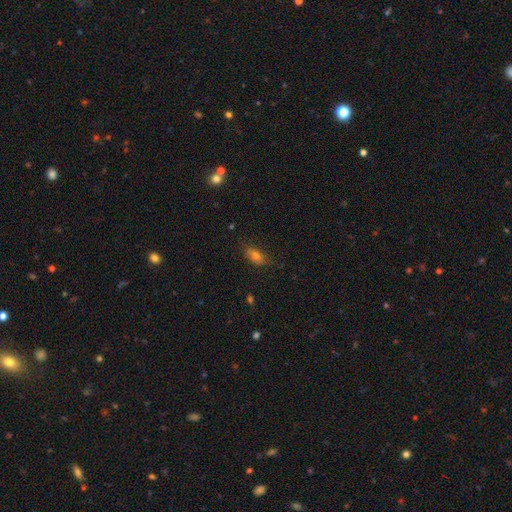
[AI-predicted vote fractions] smooth-or-featured: smooth: 72% | star or artifact: 14% | featured or disk: 14%
  how-rounded: in between: 82% | cigar-shaped: 10% | round: 8%
  merging: none: 77% | minor disturbance: 18% | major disturbance: 4% | merger: 1%